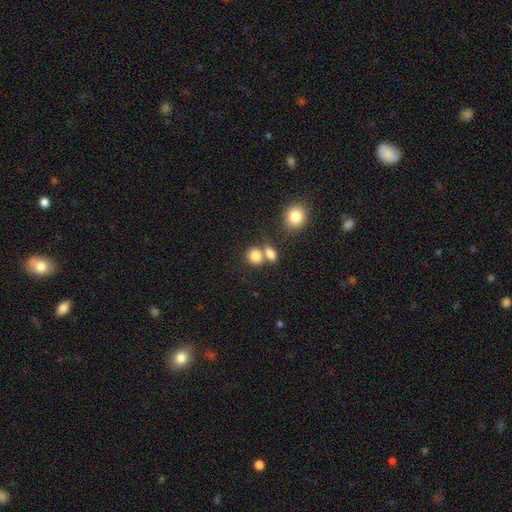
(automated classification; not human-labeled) Smooth or featured? smooth (83%)
How rounded? round (64%)
Merging? none (48%)